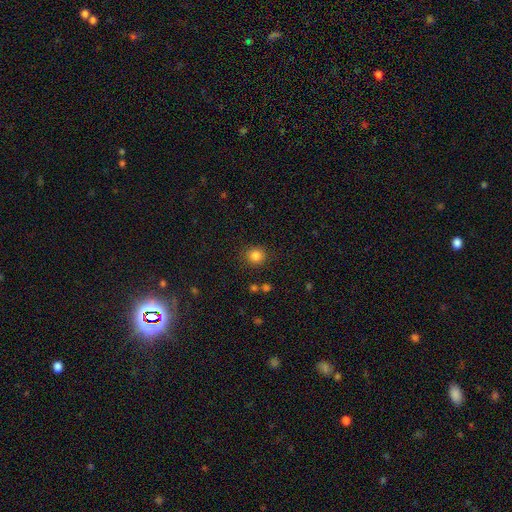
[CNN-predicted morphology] This appears to be a smooth galaxy with no disk features (84%) that is round (88%). Merging: none (88%).